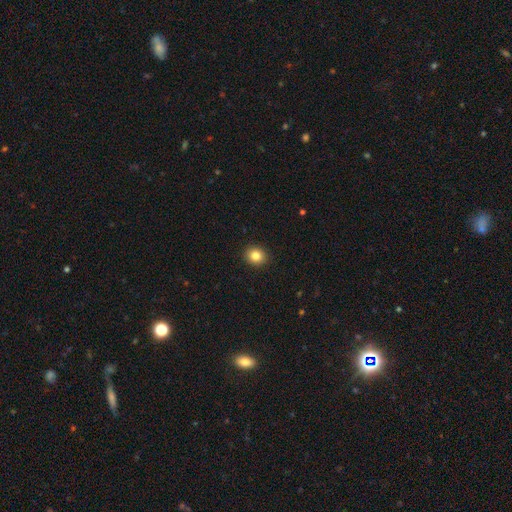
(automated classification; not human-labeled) The model was most divided on "how rounded": round: 75%, in between: 24%, cigar-shaped: 1%. More confident: merging — none (92%); smooth or featured — smooth (84%).